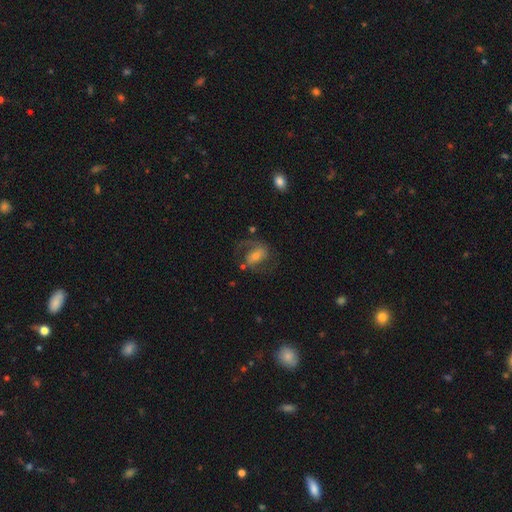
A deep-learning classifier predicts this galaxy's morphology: Overall: featured or disk (71%). Edge-on disk: no (97%). Bar: weak (40%; no 31%). Spiral arms: yes (90%). Spiral arm count: 2 (83%). Spiral winding: medium (53%; loose 31%). Bulge size: moderate (44%; small 43%). Merging: none (62%).